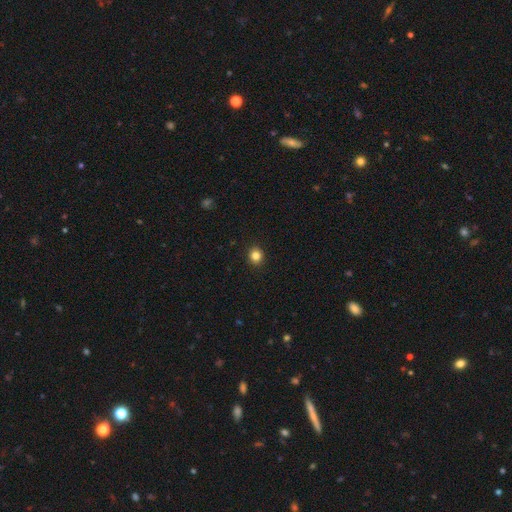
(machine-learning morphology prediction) smooth_or_featured: smooth (p=0.83) [alt: star or artifact p=0.12]
how_rounded: round (p=0.86) [alt: in between p=0.13]
merging: none (p=0.93) [alt: minor disturbance p=0.05]